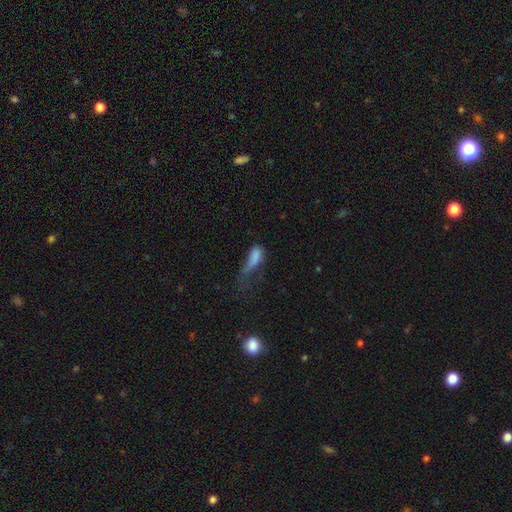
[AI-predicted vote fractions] This appears to be a smooth galaxy with no disk features (73%) that is in between round and cigar-shaped (71%). Merging: major disturbance (57%).